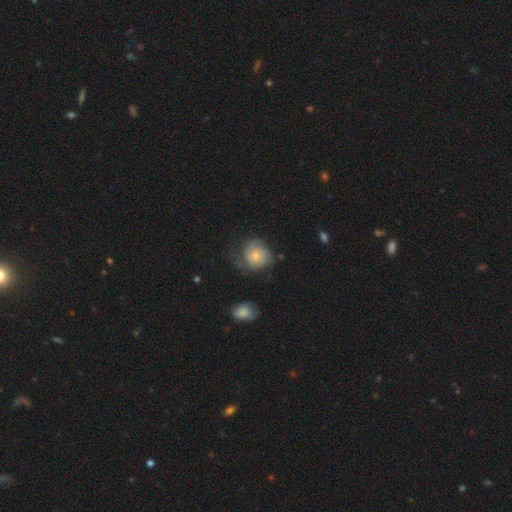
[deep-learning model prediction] Smooth or featured?
  - smooth: 57% *
  - featured or disk: 35%
  - star or artifact: 8%
How rounded?
  - round: 78% *
  - in between: 21%
  - cigar-shaped: 1%
Merging?
  - none: 45% *
  - minor disturbance: 30%
  - major disturbance: 21%
  - merger: 3%